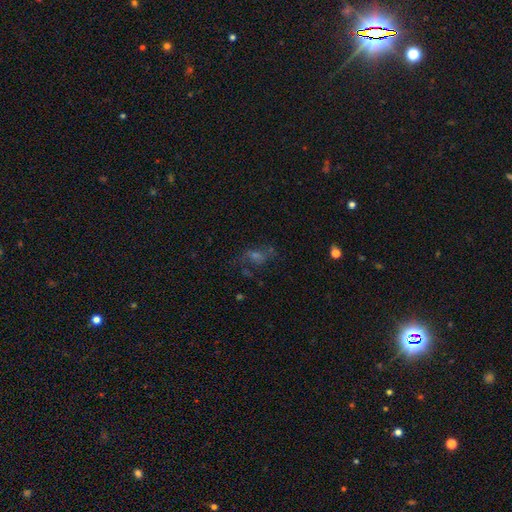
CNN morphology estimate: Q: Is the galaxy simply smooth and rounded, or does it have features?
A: featured or disk — 45%.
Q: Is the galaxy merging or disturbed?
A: none — 56%.